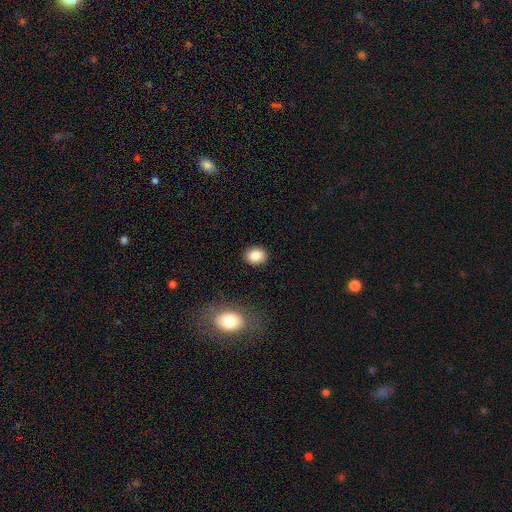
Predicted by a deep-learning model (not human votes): Q: Smooth or featured?
A: smooth (86%); runner-up: star or artifact (9%)
Q: How rounded?
A: in between (51%); runner-up: round (48%)
Q: Merging?
A: none (89%); runner-up: minor disturbance (7%)